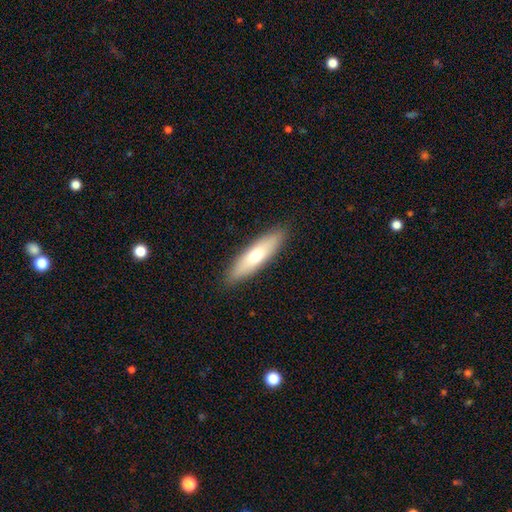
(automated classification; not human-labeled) Q: Smooth or featured?
A: smooth (64%); runner-up: featured or disk (30%)
Q: How rounded?
A: cigar-shaped (66%); runner-up: in between (32%)
Q: Merging?
A: none (89%); runner-up: minor disturbance (8%)